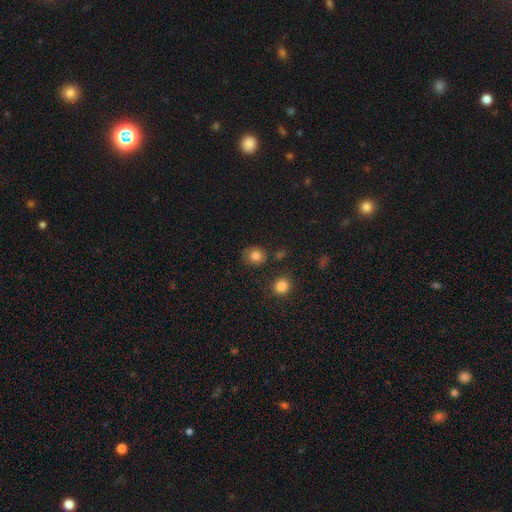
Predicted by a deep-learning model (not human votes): This appears to be a smooth galaxy with no disk features (82%) that is round (78%). Merging: none (80%).